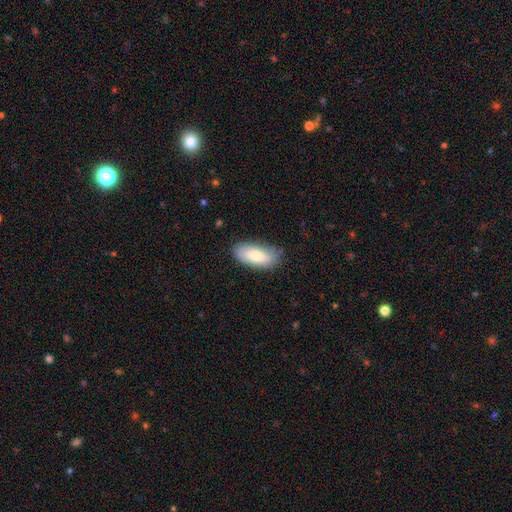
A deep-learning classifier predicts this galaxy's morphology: smooth 80%, featured or disk 14%, star or artifact 6%. Down the decision tree: how rounded — in between (87%); merging — none (78%).